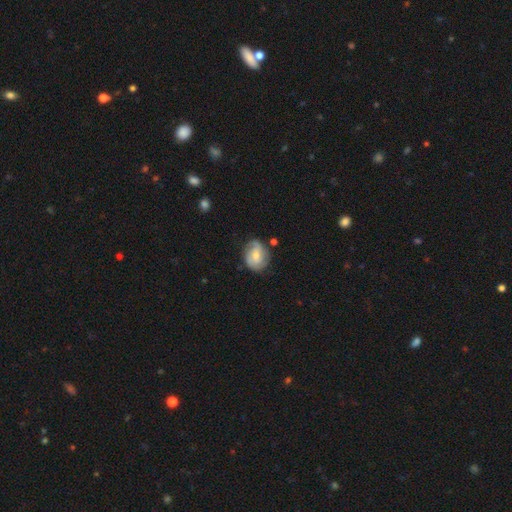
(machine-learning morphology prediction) Smooth or featured? Predicted: featured or disk (p=0.54). Edge-on disk? Predicted: no (p=0.97). Bar? Predicted: no (p=0.59). Spiral arms? Predicted: yes (p=0.81). Bulge size? Predicted: moderate (p=0.51). Merging? Predicted: none (p=0.64).